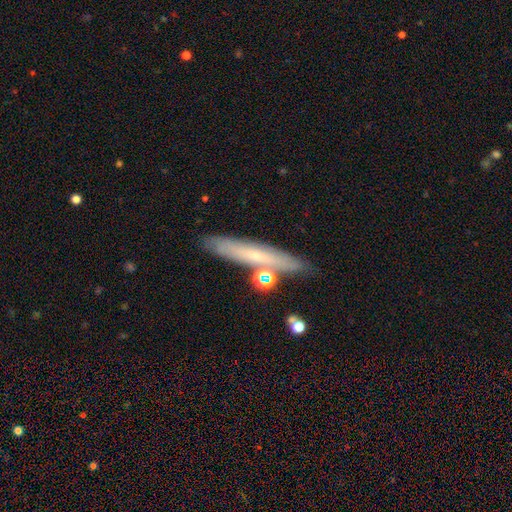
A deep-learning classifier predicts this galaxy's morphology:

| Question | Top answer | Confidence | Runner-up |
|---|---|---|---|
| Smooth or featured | smooth | 49% | featured or disk (42%) |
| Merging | none | 76% | minor disturbance (12%) |